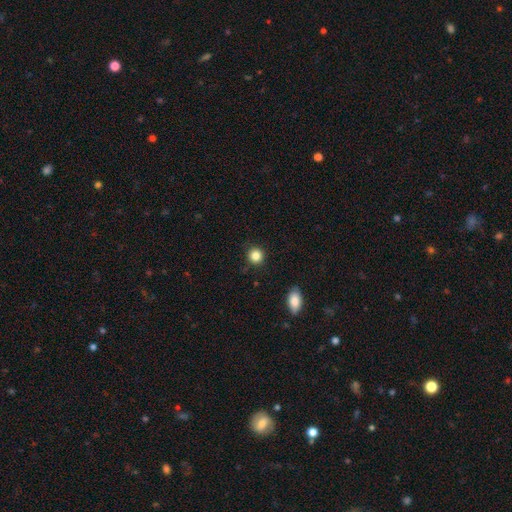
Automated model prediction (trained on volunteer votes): smooth 85%, star or artifact 11%, featured or disk 4%. Down the decision tree: how rounded — round (91%); merging — none (89%).